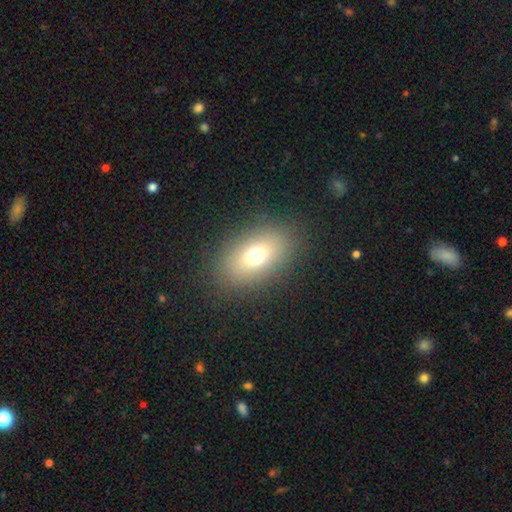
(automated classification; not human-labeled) This appears to be a smooth galaxy with no disk features (68%) that is in between round and cigar-shaped (77%). Merging: none (85%).